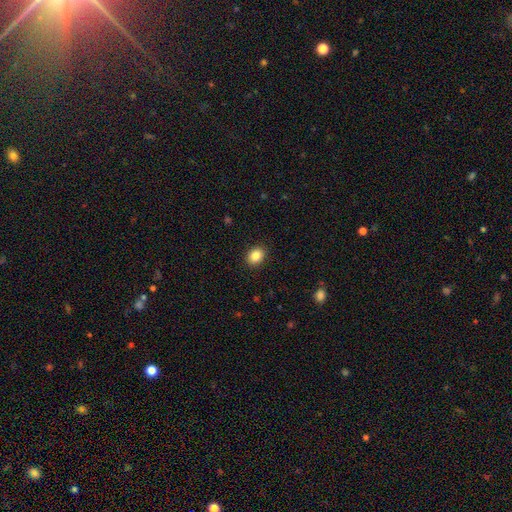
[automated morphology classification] smooth 86%, star or artifact 9%, featured or disk 5%. Down the decision tree: how rounded — in between (56%); merging — none (91%).